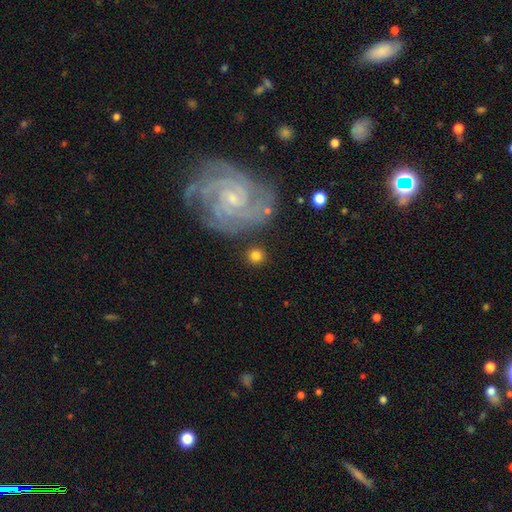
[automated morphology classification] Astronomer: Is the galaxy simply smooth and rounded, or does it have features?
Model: smooth — 71%.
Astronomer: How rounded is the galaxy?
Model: round — 90%.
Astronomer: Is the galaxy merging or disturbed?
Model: none — 85%.